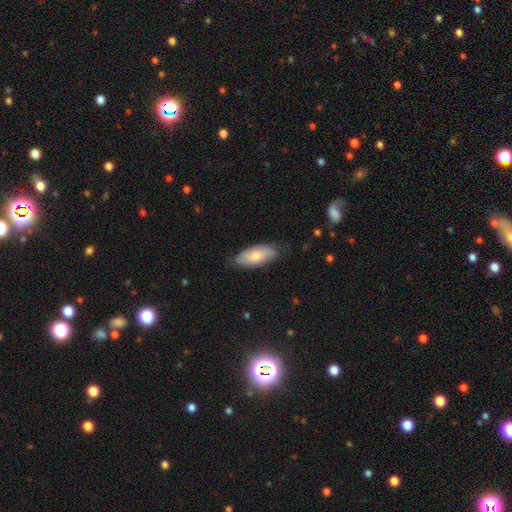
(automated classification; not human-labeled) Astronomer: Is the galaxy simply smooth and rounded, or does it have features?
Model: smooth — 71%.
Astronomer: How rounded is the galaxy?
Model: in between — 85%.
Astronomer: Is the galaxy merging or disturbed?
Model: none — 75%.